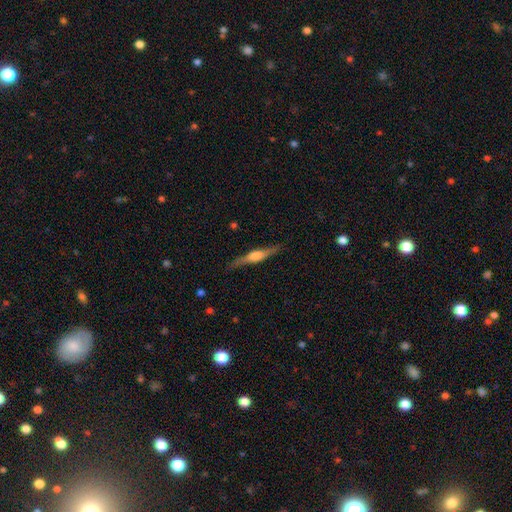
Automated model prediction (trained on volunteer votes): A featured or disk galaxy (71%) viewed edge-on (97%) with a rounded central bulge (76%). Merging: none (86%).